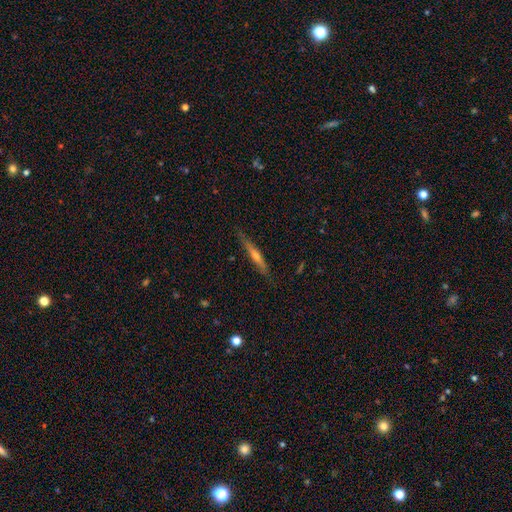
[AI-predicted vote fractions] featured or disk 62%, smooth 31%, star or artifact 7%. Down the decision tree: edge-on disk — yes (95%); edge-on bulge — rounded (72%); merging — none (84%).